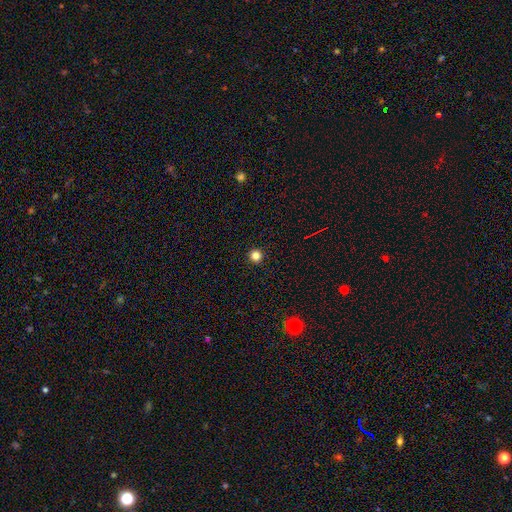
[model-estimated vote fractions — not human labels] The model was most divided on "smooth or featured": smooth: 83%, star or artifact: 13%, featured or disk: 4%. More confident: how rounded — round (96%); merging — none (94%).